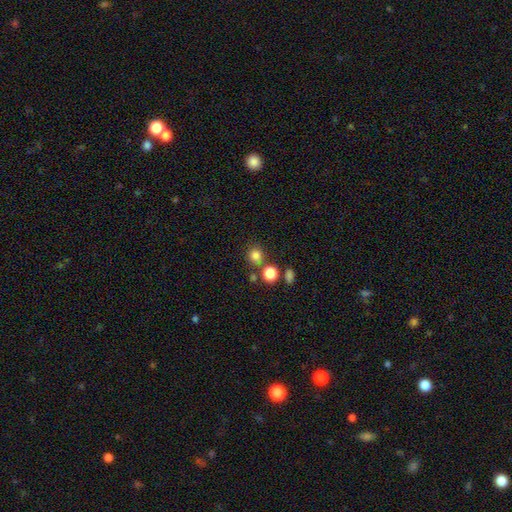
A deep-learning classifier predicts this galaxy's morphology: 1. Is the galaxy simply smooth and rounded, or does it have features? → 80% smooth, 14% star or artifact, 5% featured or disk.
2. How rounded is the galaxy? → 88% round, 11% in between, 1% cigar-shaped.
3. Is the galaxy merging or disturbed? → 75% none, 14% merger, 8% minor disturbance, 3% major disturbance.